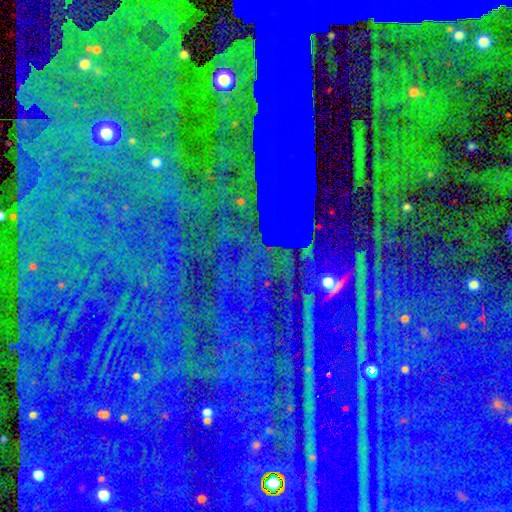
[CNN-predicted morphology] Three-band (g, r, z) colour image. It shows a star or artifact, not a galaxy (84%).